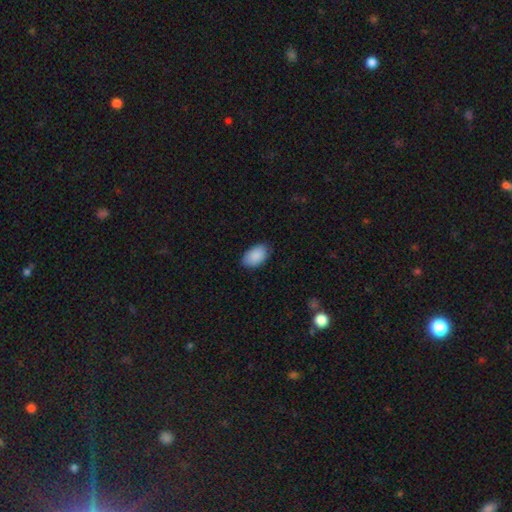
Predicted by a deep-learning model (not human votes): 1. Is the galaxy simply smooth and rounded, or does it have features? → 90% smooth, 6% star or artifact, 4% featured or disk.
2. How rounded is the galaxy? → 93% in between, 6% round, 1% cigar-shaped.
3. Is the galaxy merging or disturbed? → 83% none, 14% minor disturbance, 3% major disturbance, 1% merger.